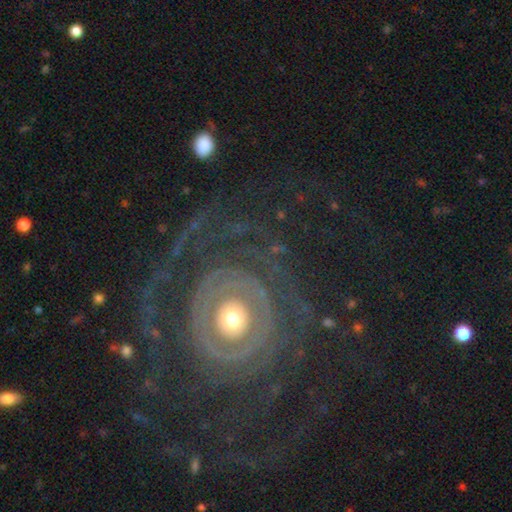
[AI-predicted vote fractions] Morphology: type=featured or disk (83%); edge-on=no (97%); bar=no (74%); spiral arms=yes (78%); winding=tight (72%); arm count=can't tell (37%); bulge=moderate (56%); merging=none (70%).